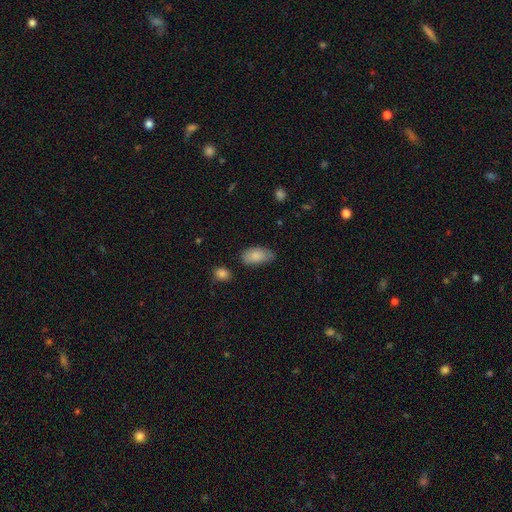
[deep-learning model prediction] smooth-or-featured: smooth: 84% | featured or disk: 9% | star or artifact: 7%
  how-rounded: in between: 94% | round: 4% | cigar-shaped: 3%
  merging: none: 63% | minor disturbance: 28% | major disturbance: 5% | merger: 3%